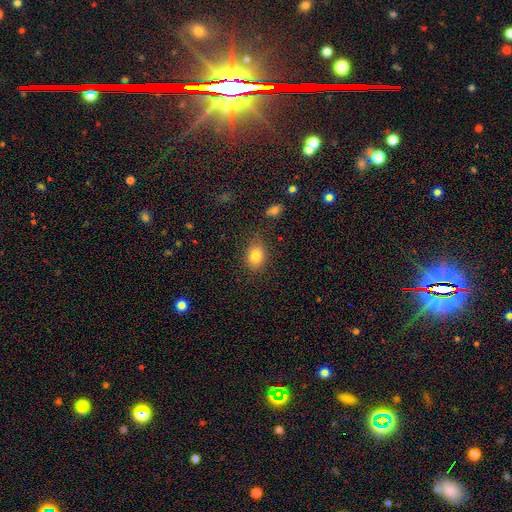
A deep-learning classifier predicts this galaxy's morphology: Smooth or featured? smooth (81%)
How rounded? in between (61%)
Merging? none (81%)